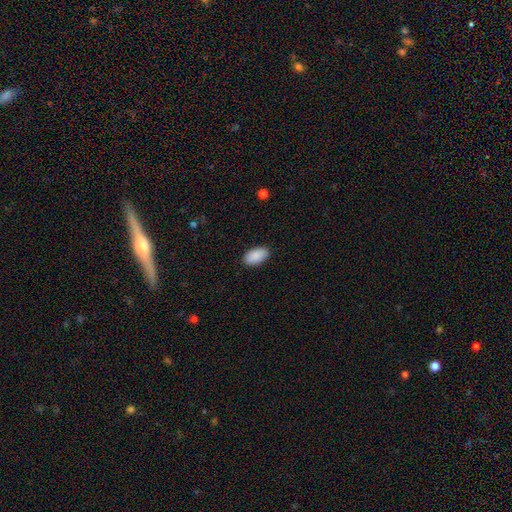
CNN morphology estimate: smooth 90%, star or artifact 6%, featured or disk 4%. Down the decision tree: how rounded — in between (95%); merging — none (89%).